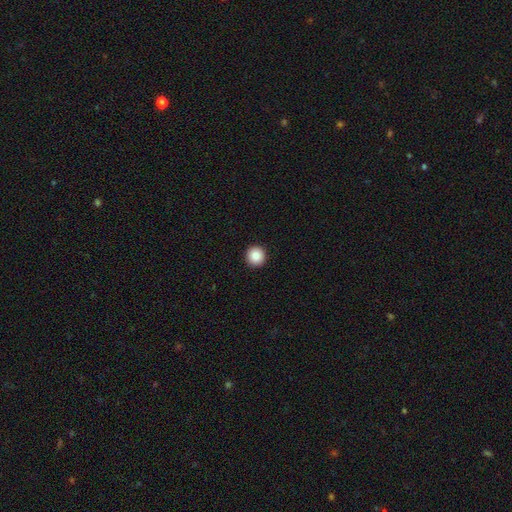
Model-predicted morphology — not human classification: A smooth galaxy with no disk features (87%) that is round (96%).

Vote fractions:
- Smooth or featured? smooth: 87% / star or artifact: 9% / featured or disk: 4%
- How rounded? round: 96% / in between: 3% / cigar-shaped: 1%
- Merging? none: 94% / minor disturbance: 4% / major disturbance: 1% / merger: 1%